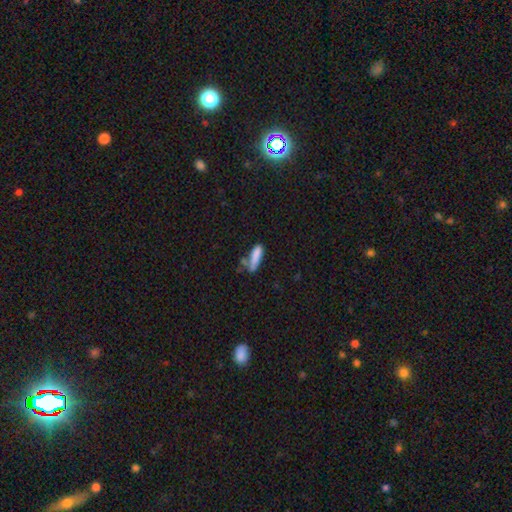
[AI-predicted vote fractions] Overall: smooth (82%). How rounded: cigar-shaped (65%; in between 33%). Merging: none (49%; minor disturbance 22%).